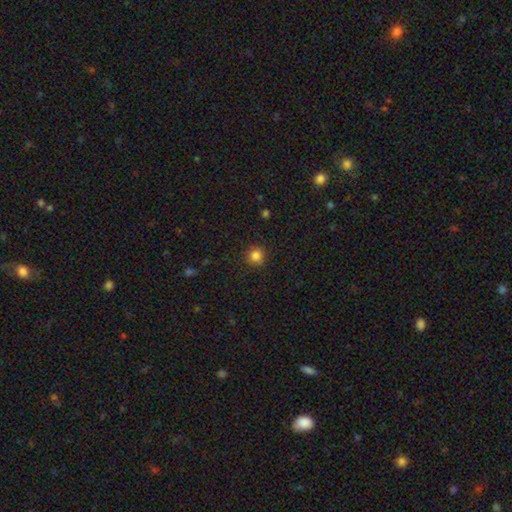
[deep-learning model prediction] smooth_or_featured: smooth (p=0.83) [alt: star or artifact p=0.13]
how_rounded: round (p=0.94) [alt: in between p=0.05]
merging: none (p=0.90) [alt: minor disturbance p=0.07]